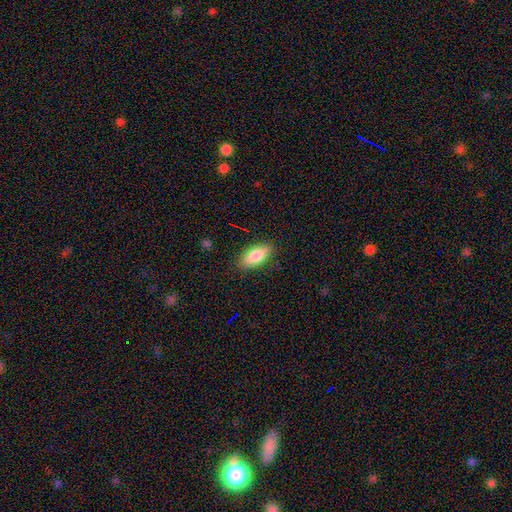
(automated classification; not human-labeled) smooth-or-featured: smooth: 79% | featured or disk: 14% | star or artifact: 7%
  how-rounded: in between: 82% | cigar-shaped: 16% | round: 3%
  merging: none: 85% | minor disturbance: 11% | major disturbance: 3% | merger: 1%